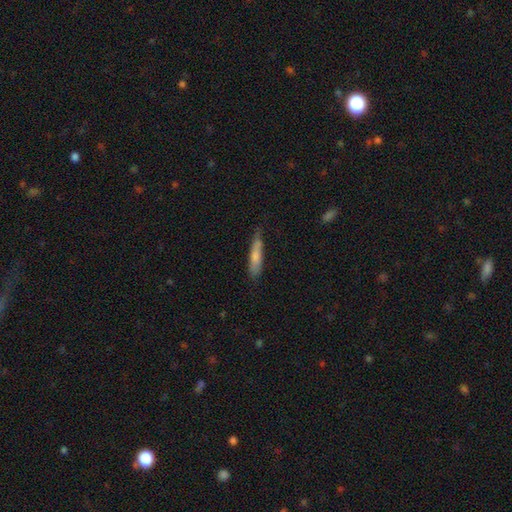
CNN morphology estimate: Smooth or featured? smooth (73%)
How rounded? cigar-shaped (84%)
Merging? none (69%)